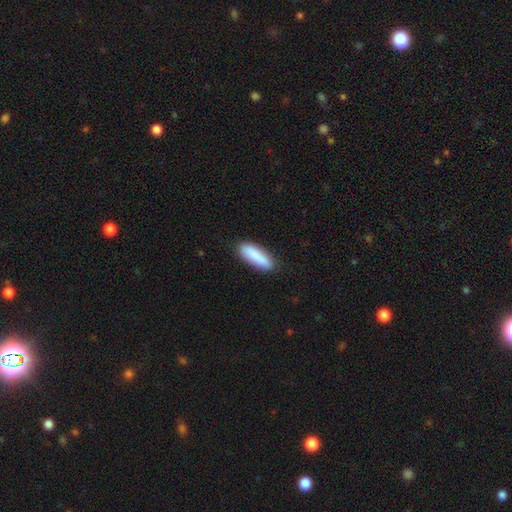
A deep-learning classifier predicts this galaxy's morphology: Smooth or featured?
  - smooth: 87% *
  - featured or disk: 8%
  - star or artifact: 6%
How rounded?
  - cigar-shaped: 53% *
  - in between: 45%
  - round: 2%
Merging?
  - none: 85% *
  - minor disturbance: 11%
  - major disturbance: 2%
  - merger: 1%